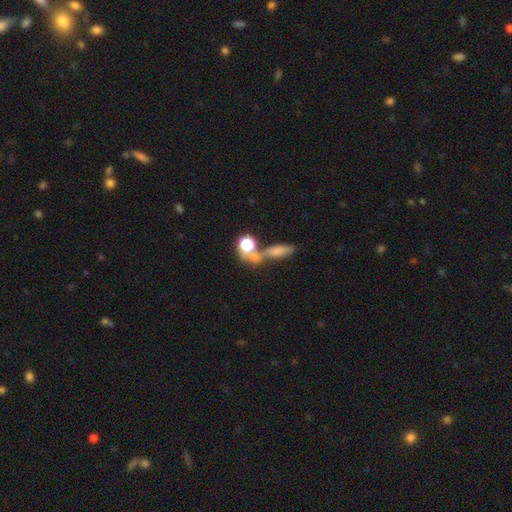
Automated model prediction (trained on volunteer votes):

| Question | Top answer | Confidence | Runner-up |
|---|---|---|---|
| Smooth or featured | smooth | 47% | featured or disk (28%) |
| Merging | merger | 41% | tied: none (41%) |